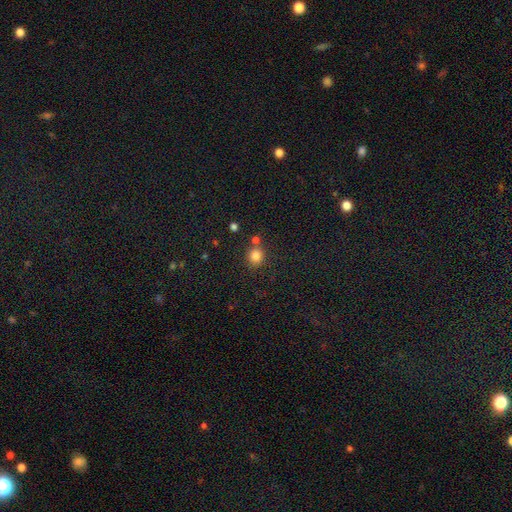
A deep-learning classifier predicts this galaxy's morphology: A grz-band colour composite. It shows a smooth galaxy with no disk features (82%) that is round (83%). Merging: none (72%).